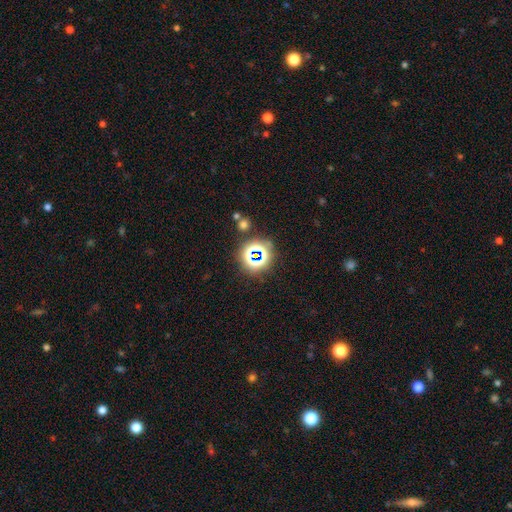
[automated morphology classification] star or artifact 65%, smooth 25%, featured or disk 10%.